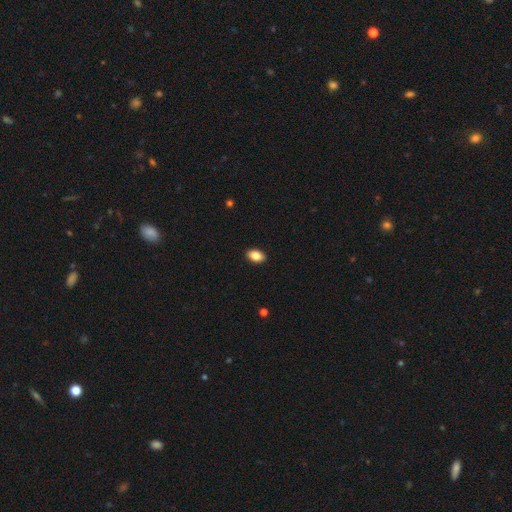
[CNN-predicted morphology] The model was most divided on "smooth or featured": smooth: 87%, star or artifact: 8%, featured or disk: 6%. More confident: merging — none (90%); how rounded — in between (89%).